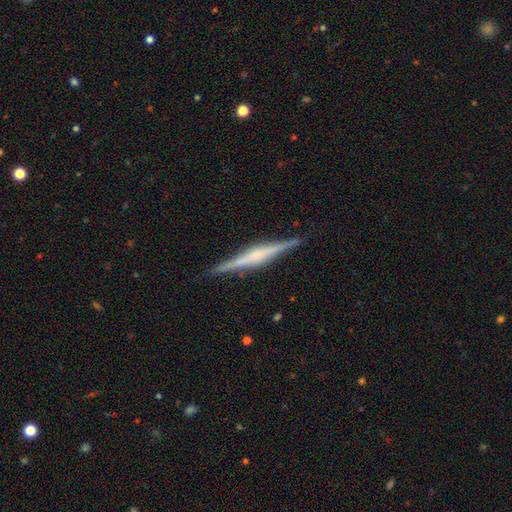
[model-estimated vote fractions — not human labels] Smooth or featured: featured or disk — 78% (smooth — 16%)
Edge-on disk: yes — 98% (no — 2%)
Edge-on bulge: rounded — 43% (boxy — 38%)
Merging: none — 89% (minor disturbance — 8%)